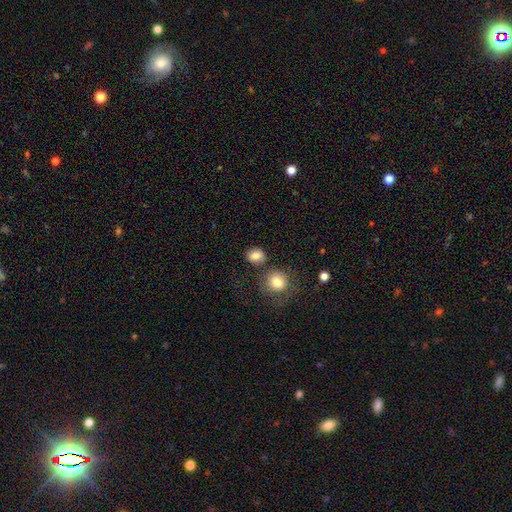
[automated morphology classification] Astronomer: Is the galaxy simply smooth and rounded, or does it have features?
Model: smooth — 83%.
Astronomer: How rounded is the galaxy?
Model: round — 65%.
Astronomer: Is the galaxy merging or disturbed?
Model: none — 71%.